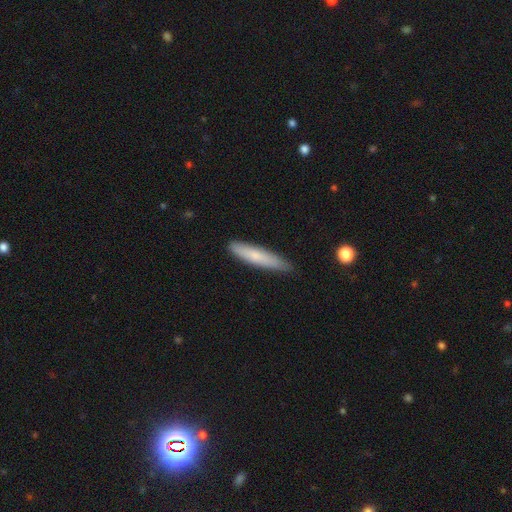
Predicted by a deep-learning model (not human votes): A smooth galaxy with no disk features (72%) that is cigar-shaped (87%).

Vote fractions:
- Smooth or featured? smooth: 72% / featured or disk: 22% / star or artifact: 6%
- How rounded? cigar-shaped: 87% / in between: 11% / round: 1%
- Merging? none: 81% / minor disturbance: 16% / major disturbance: 2% / merger: 1%